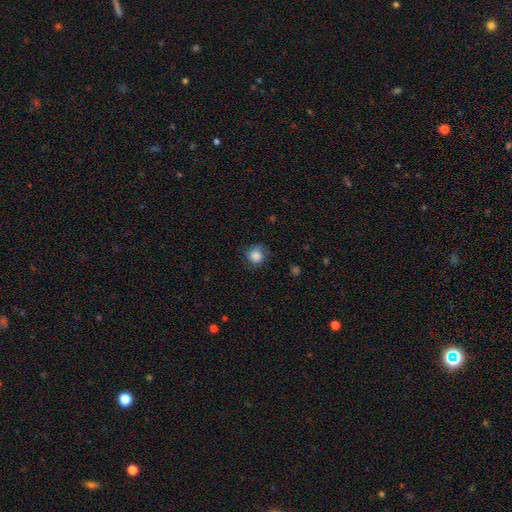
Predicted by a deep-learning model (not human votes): A smooth galaxy with no disk features (86%) that is round (89%).

Vote fractions:
- Smooth or featured? smooth: 86% / star or artifact: 9% / featured or disk: 5%
- How rounded? round: 89% / in between: 10% / cigar-shaped: 1%
- Merging? none: 73% / minor disturbance: 20% / major disturbance: 6% / merger: 1%